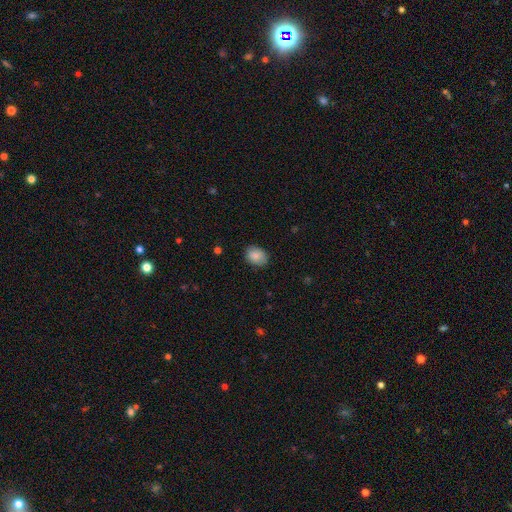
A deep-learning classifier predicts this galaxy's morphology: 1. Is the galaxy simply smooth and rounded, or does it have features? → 86% smooth, 7% star or artifact, 6% featured or disk.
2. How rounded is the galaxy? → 66% in between, 33% round, 1% cigar-shaped.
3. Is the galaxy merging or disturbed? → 82% none, 14% minor disturbance, 3% major disturbance, 1% merger.